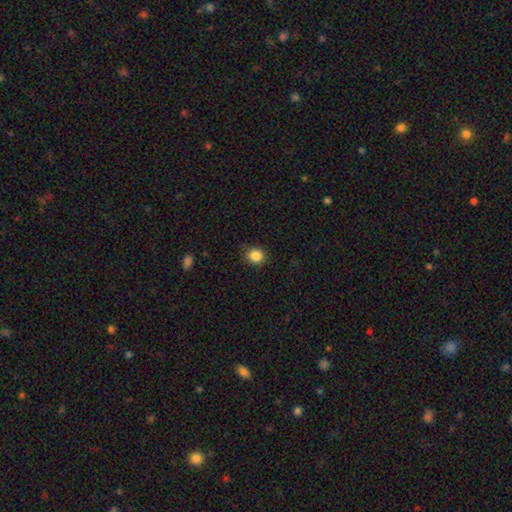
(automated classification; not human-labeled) A smooth galaxy with no disk features (86%) that is round (82%). Merging: none (83%).